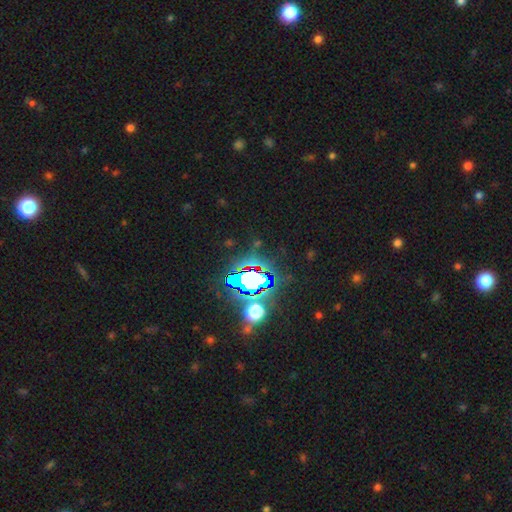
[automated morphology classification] Smooth or featured: star or artifact — 80% (smooth — 11%)